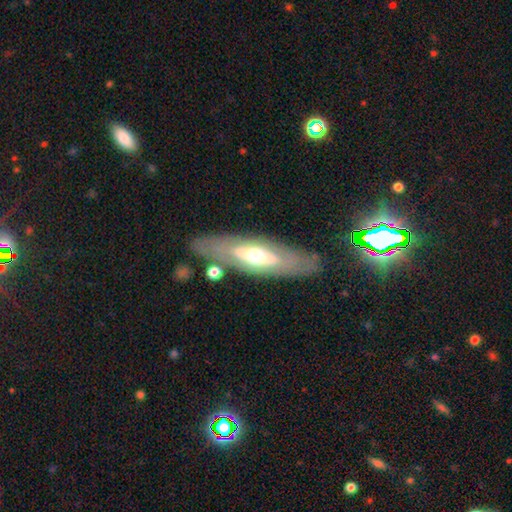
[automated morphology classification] Overall: featured or disk (60%; smooth 34%). Edge-on disk: no (60%; yes 40%). Merging: none (78%).